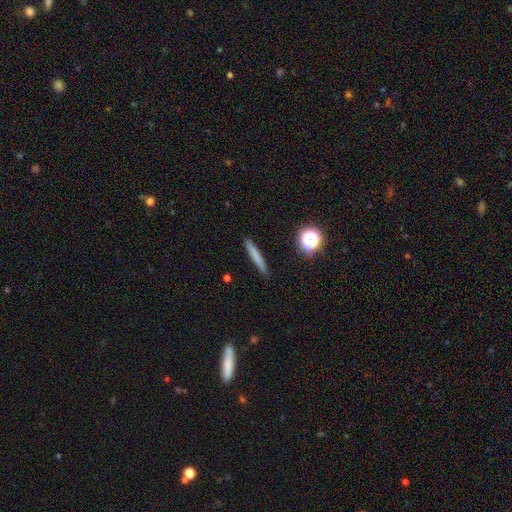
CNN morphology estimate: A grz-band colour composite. It shows a smooth galaxy with no disk features (70%) that is cigar-shaped (94%). Merging: none (88%).